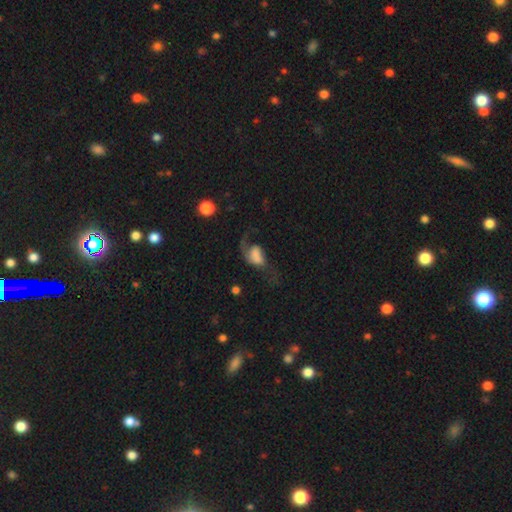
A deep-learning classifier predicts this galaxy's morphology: A featured or disk galaxy (47%). Merging: major disturbance (52%).